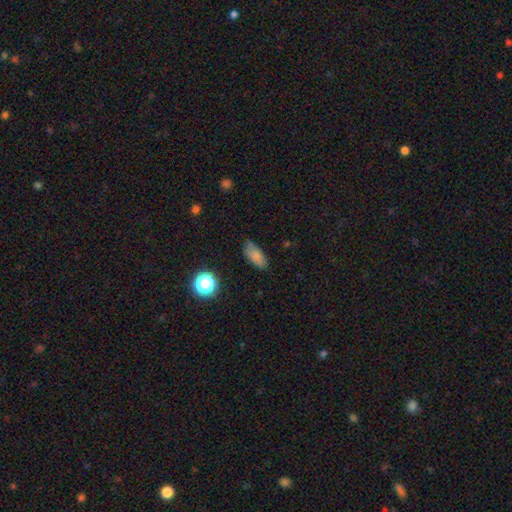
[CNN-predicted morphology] Q: Smooth or featured?
A: smooth (80%); runner-up: star or artifact (11%)
Q: How rounded?
A: in between (82%); runner-up: cigar-shaped (13%)
Q: Merging?
A: none (76%); runner-up: minor disturbance (18%)